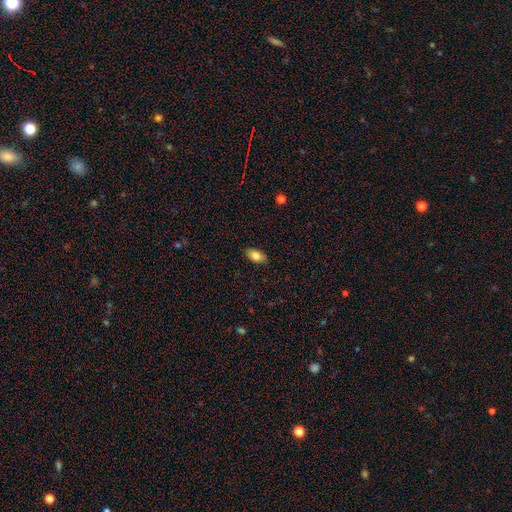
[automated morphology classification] Smooth or featured?
  - smooth: 82% *
  - featured or disk: 10%
  - star or artifact: 7%
How rounded?
  - in between: 92% *
  - round: 5%
  - cigar-shaped: 3%
Merging?
  - none: 88% *
  - minor disturbance: 9%
  - major disturbance: 2%
  - merger: 1%